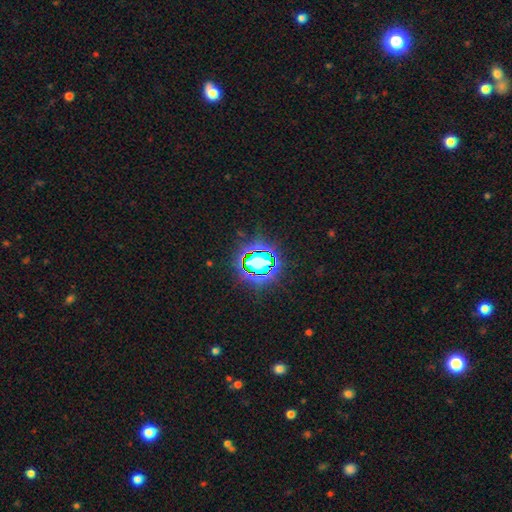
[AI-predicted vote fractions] smooth-or-featured: star or artifact: 80% | smooth: 12% | featured or disk: 8%